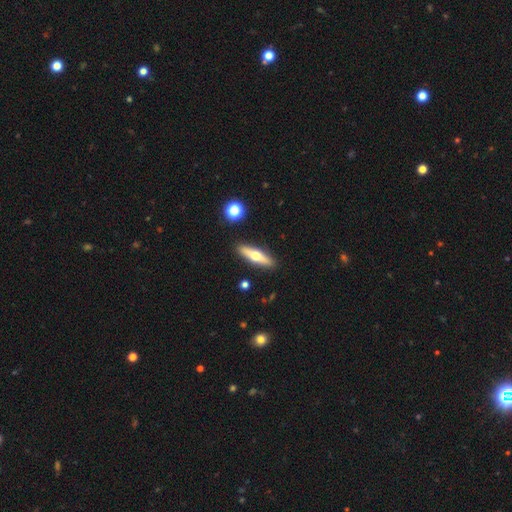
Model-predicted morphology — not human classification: Smooth or featured: featured or disk — 50% (smooth — 45%)
Merging: none — 90% (minor disturbance — 7%)